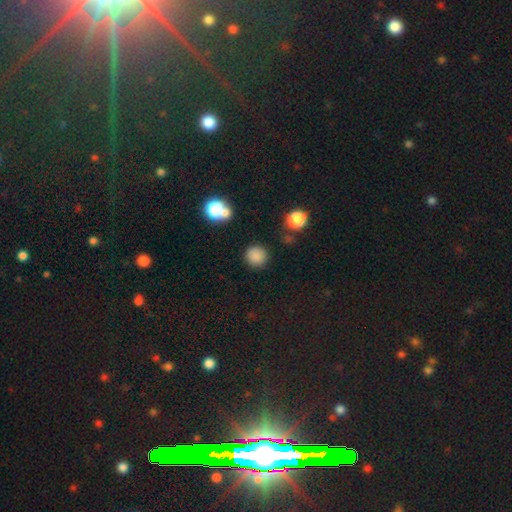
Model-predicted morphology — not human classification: Smooth or featured? smooth (84%)
How rounded? round (92%)
Merging? none (85%)